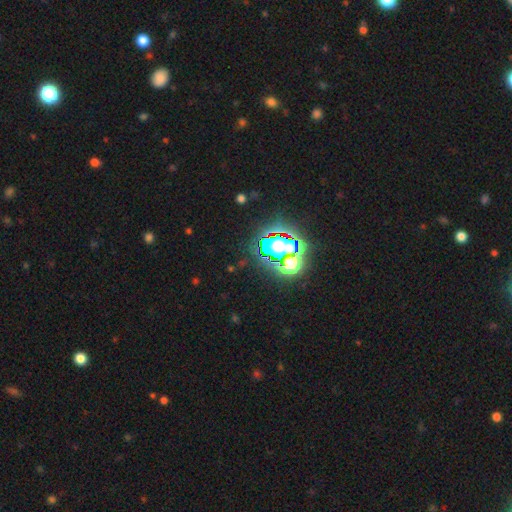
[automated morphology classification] Smooth or featured? Predicted: star or artifact (p=0.80).